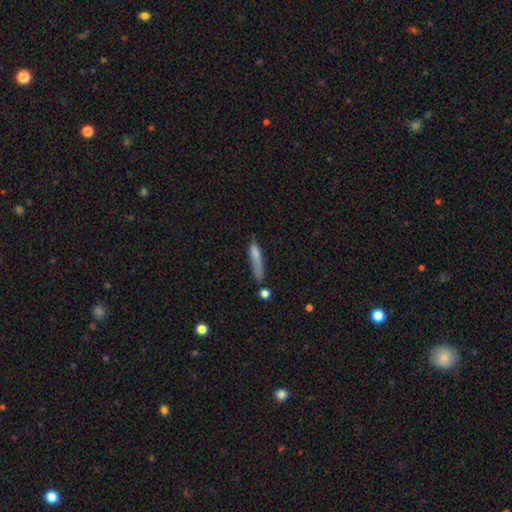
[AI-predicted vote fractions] Smooth or featured? Predicted: smooth (p=0.73). How rounded? Predicted: cigar-shaped (p=0.81). Merging? Predicted: none (p=0.45).